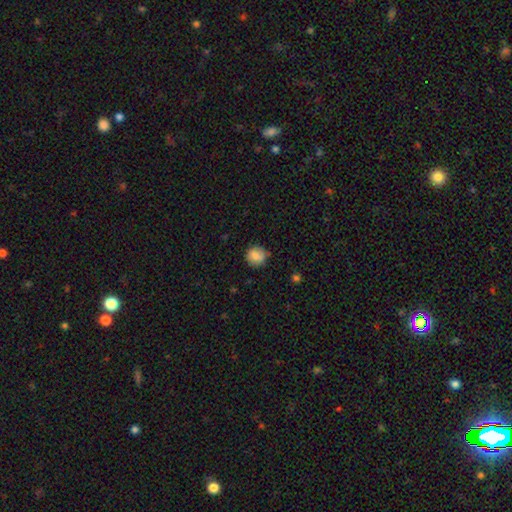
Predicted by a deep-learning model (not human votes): The model was most divided on "merging": none: 79%, minor disturbance: 16%, major disturbance: 3%, merger: 2%. More confident: how rounded — round (86%); smooth or featured — smooth (80%).